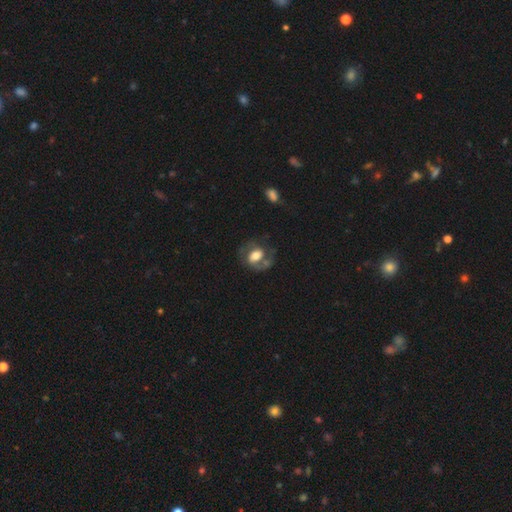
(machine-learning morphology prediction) smooth-or-featured: featured or disk: 55% | smooth: 38% | star or artifact: 7%
  disk-edge-on: no: 96% | yes: 4%
    bar: no: 46% | weak: 35% | strong: 19%
    has-spiral-arms: yes: 67% | no: 33%
    bulge-size: moderate: 48% | large: 37% | small: 9% | dominant: 4% | none: 2%
  merging: none: 53% | minor disturbance: 21% | major disturbance: 19% | merger: 7%